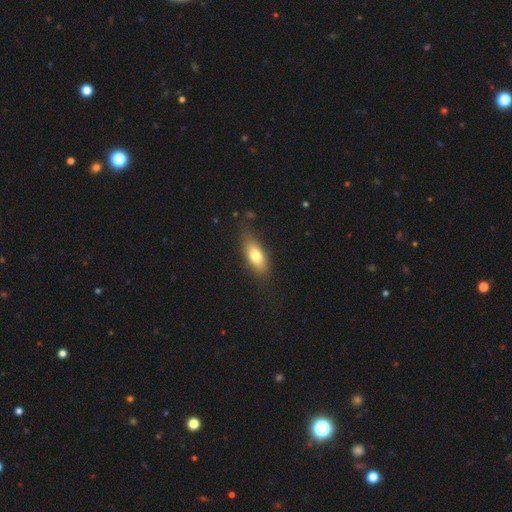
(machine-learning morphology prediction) Overall: smooth (72%). How rounded: in between (76%). Merging: none (77%).